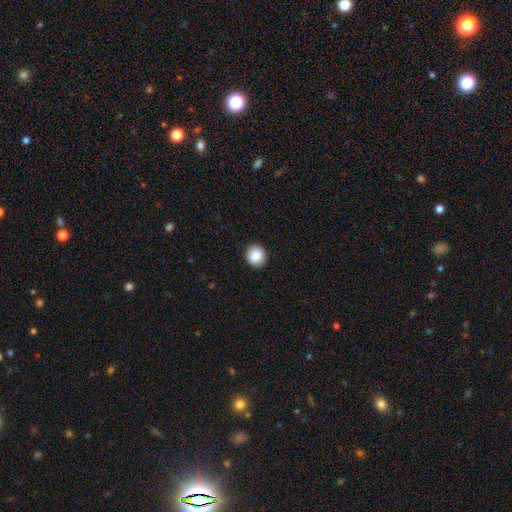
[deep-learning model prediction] smooth-or-featured: smooth: 88% | star or artifact: 8% | featured or disk: 3%
  how-rounded: round: 89% | in between: 10% | cigar-shaped: 1%
  merging: none: 92% | minor disturbance: 5% | major disturbance: 2% | merger: 1%